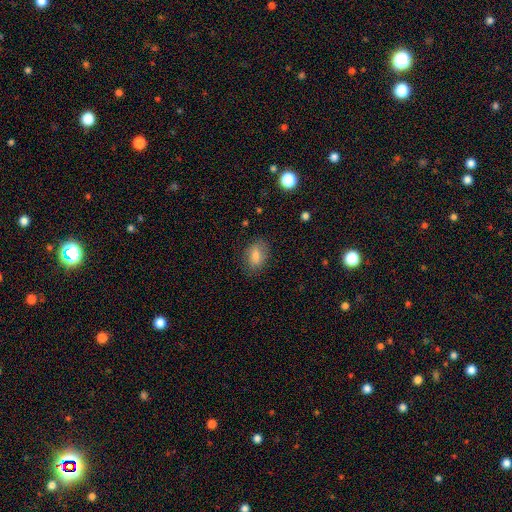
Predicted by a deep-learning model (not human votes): A smooth galaxy with no disk features (74%) that is in between round and cigar-shaped (78%).

Vote fractions:
- Smooth or featured? smooth: 74% / featured or disk: 15% / star or artifact: 11%
- How rounded? in between: 78% / round: 21% / cigar-shaped: 2%
- Merging? none: 82% / minor disturbance: 14% / major disturbance: 4% / merger: 1%